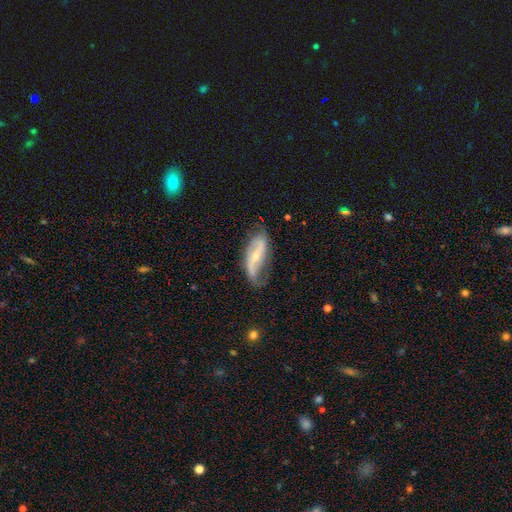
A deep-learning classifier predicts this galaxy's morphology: Q: Smooth or featured?
A: featured or disk (80%); runner-up: smooth (15%)
Q: Edge-on disk?
A: no (91%); runner-up: yes (9%)
Q: Bar?
A: strong (37%); runner-up: weak (34%)
Q: Spiral arms?
A: yes (91%); runner-up: no (9%)
Q: Spiral winding?
A: loose (63%); runner-up: medium (26%)
Q: Spiral arm count?
A: 2 (84%); runner-up: 1 (7%)
Q: Bulge size?
A: small (62%); runner-up: moderate (34%)
Q: Merging?
A: none (60%); runner-up: minor disturbance (26%)